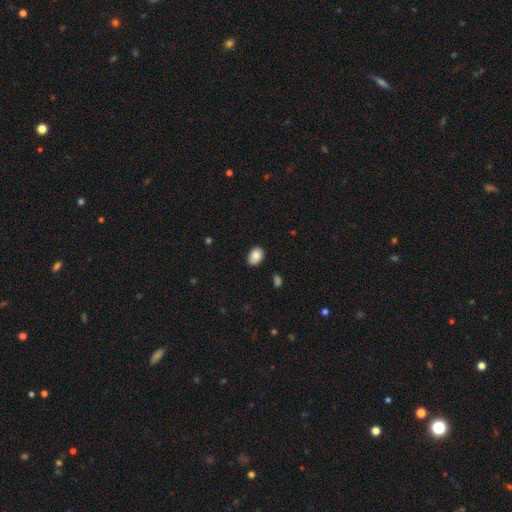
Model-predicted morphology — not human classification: Q: Smooth or featured?
A: smooth (81%); runner-up: featured or disk (11%)
Q: How rounded?
A: in between (75%); runner-up: round (24%)
Q: Merging?
A: none (83%); runner-up: minor disturbance (13%)